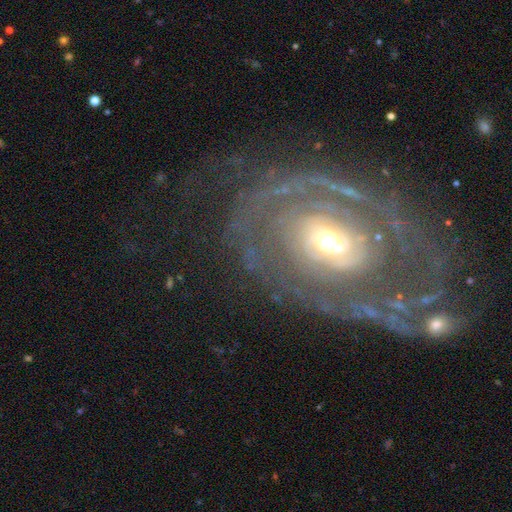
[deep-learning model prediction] This appears to be a featured or disk galaxy (83%) with no bar (62%), tight (65%) spiral arms (77%) and a moderate central bulge (51%). Merging: none (58%).